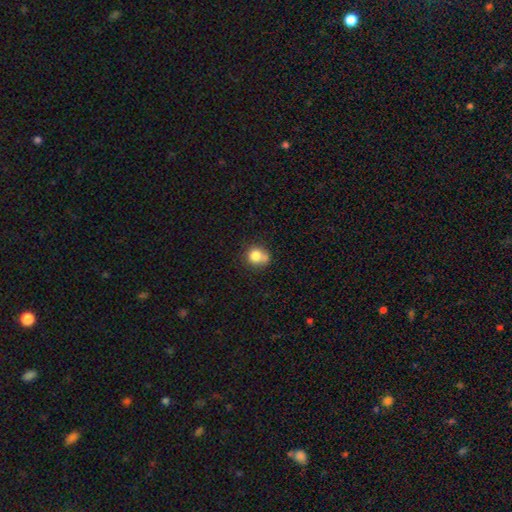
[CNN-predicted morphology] Smooth or featured?
  - smooth: 80% *
  - star or artifact: 10%
  - featured or disk: 10%
How rounded?
  - round: 81% *
  - in between: 18%
  - cigar-shaped: 1%
Merging?
  - none: 51% *
  - minor disturbance: 21%
  - merger: 21%
  - major disturbance: 7%